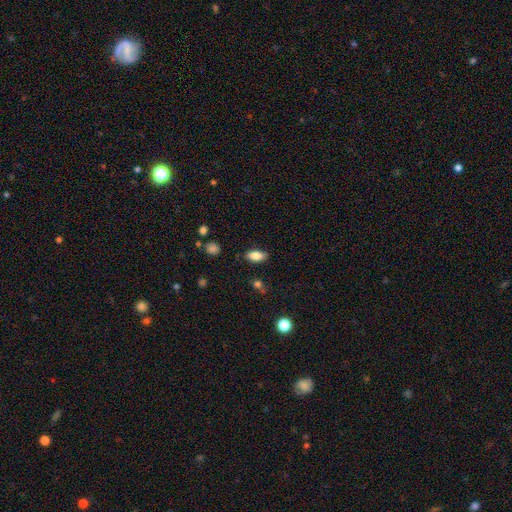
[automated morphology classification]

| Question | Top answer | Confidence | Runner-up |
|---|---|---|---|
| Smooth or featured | smooth | 81% | featured or disk (11%) |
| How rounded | in between | 86% | cigar-shaped (11%) |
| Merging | none | 82% | minor disturbance (13%) |